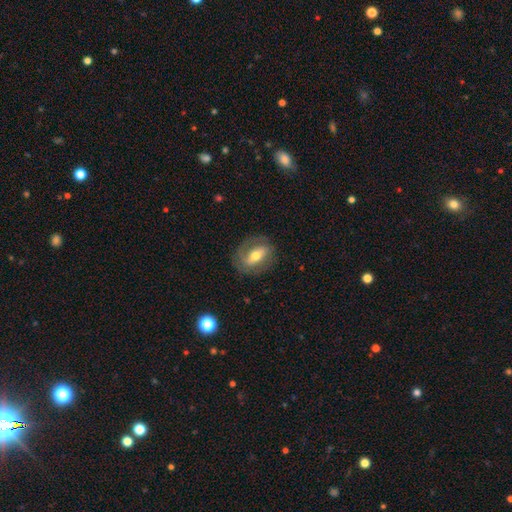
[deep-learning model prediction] Overall: featured or disk (58%; smooth 35%). Edge-on disk: no (84%). Merging: none (78%).